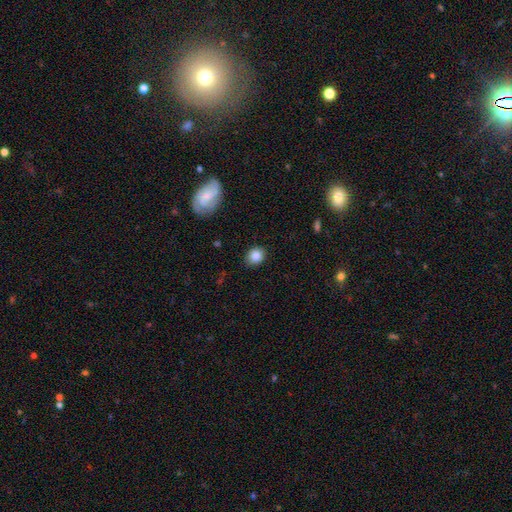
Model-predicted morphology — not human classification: smooth_or_featured: smooth (p=0.86) [alt: star or artifact p=0.09]
how_rounded: round (p=0.63) [alt: in between p=0.36]
merging: none (p=0.86) [alt: minor disturbance p=0.10]